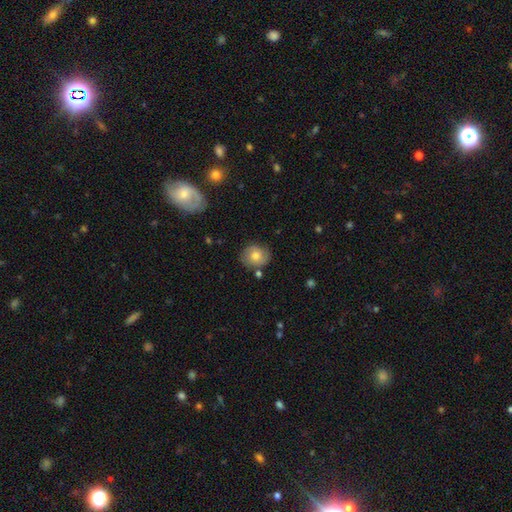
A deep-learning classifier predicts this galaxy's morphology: Smooth or featured?
  - smooth: 67% *
  - featured or disk: 24%
  - star or artifact: 9%
How rounded?
  - round: 76% *
  - in between: 23%
  - cigar-shaped: 1%
Merging?
  - none: 76% *
  - minor disturbance: 16%
  - merger: 4%
  - major disturbance: 4%